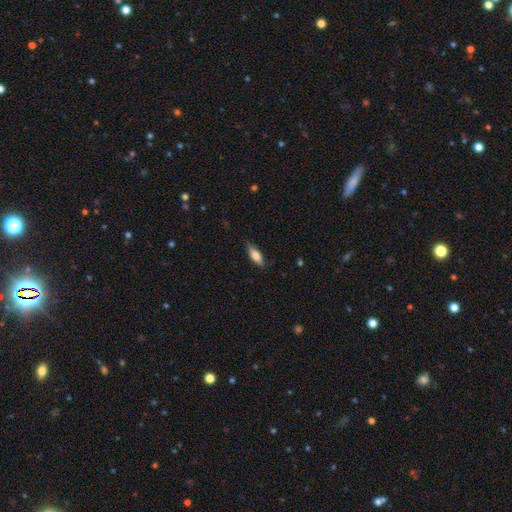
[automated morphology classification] Smooth or featured?
  - smooth: 76% *
  - featured or disk: 18%
  - star or artifact: 6%
How rounded?
  - in between: 67% *
  - cigar-shaped: 31%
  - round: 2%
Merging?
  - none: 79% *
  - minor disturbance: 17%
  - major disturbance: 3%
  - merger: 1%